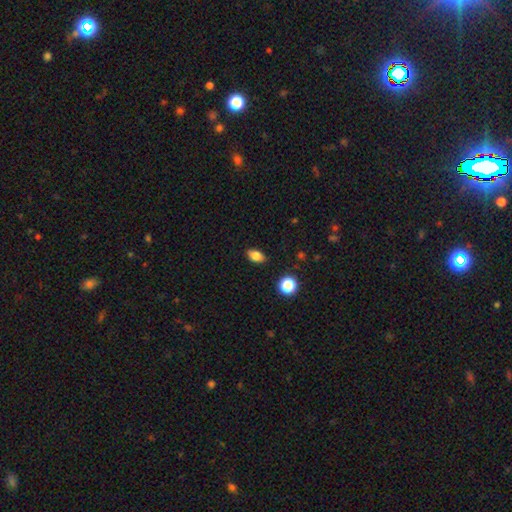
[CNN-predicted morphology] type=smooth (83%); roundness=in between (85%); merging=none (87%).